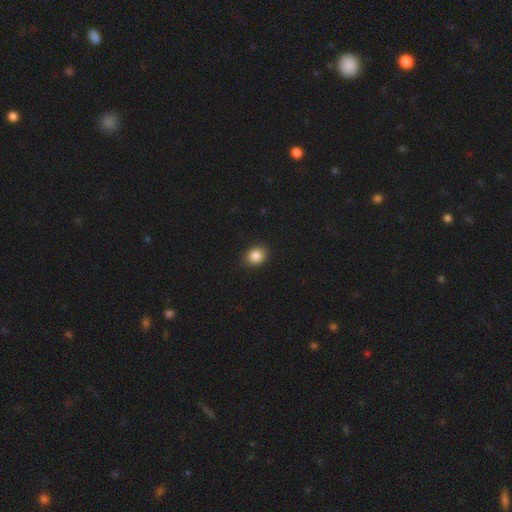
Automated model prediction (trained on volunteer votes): The model was most divided on "how rounded": round: 54%, in between: 45%, cigar-shaped: 1%. More confident: merging — none (88%); smooth or featured — smooth (87%).